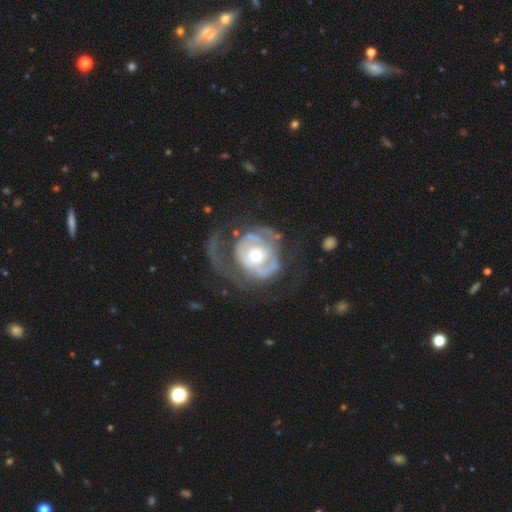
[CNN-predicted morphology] Smooth or featured?
  - featured or disk: 74% *
  - smooth: 20%
  - star or artifact: 6%
Edge-on disk?
  - no: 97% *
  - yes: 3%
Bar?
  - no: 73% *
  - weak: 20%
  - strong: 6%
Spiral arms?
  - yes: 70% *
  - no: 30%
Spiral winding?
  - tight: 38% *
  - medium: 34%
  - loose: 28%
Spiral arm count?
  - 2: 36% *
  - 1: 29%
  - can't tell: 25%
  - 3: 6%
  - 4: 2%
  - more than 4: 2%
Bulge size?
  - moderate: 64% *
  - small: 26%
  - large: 8%
  - dominant: 1%
  - none: 1%
Merging?
  - major disturbance: 51% *
  - none: 30%
  - minor disturbance: 16%
  - merger: 3%